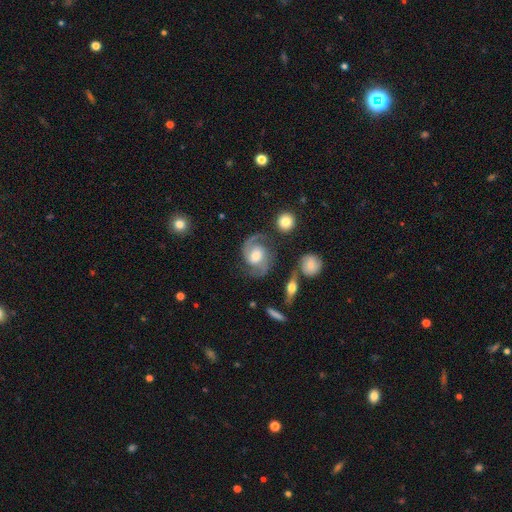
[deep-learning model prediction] Smooth or featured?
  - featured or disk: 84% *
  - smooth: 10%
  - star or artifact: 6%
Edge-on disk?
  - no: 97% *
  - yes: 3%
Bar?
  - no: 45% *
  - weak: 44%
  - strong: 11%
Spiral arms?
  - yes: 96% *
  - no: 4%
Spiral winding?
  - medium: 56% *
  - tight: 23%
  - loose: 21%
Spiral arm count?
  - 2: 91% *
  - can't tell: 3%
  - 1: 2%
  - 3: 1%
  - 4: 1%
  - more than 4: 1%
Bulge size?
  - moderate: 56% *
  - large: 26%
  - small: 13%
  - none: 3%
  - dominant: 2%
Merging?
  - none: 70% *
  - minor disturbance: 17%
  - major disturbance: 9%
  - merger: 4%